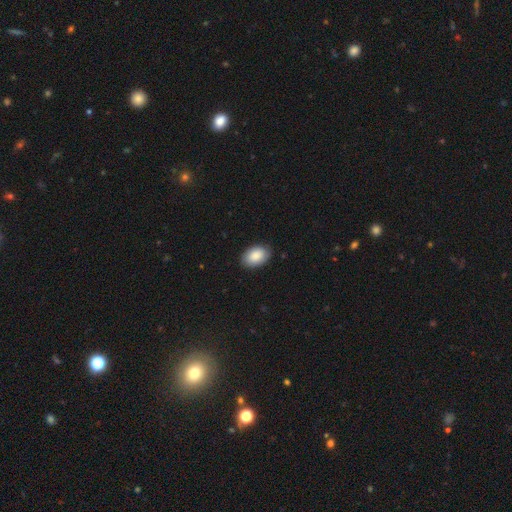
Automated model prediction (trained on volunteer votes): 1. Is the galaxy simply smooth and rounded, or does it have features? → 87% smooth, 7% featured or disk, 6% star or artifact.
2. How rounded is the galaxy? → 90% in between, 9% round, 1% cigar-shaped.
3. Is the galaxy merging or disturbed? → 87% none, 10% minor disturbance, 2% major disturbance, 1% merger.